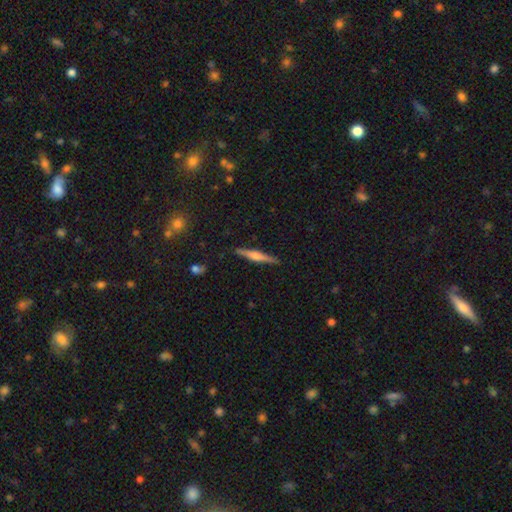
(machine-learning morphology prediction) smooth-or-featured: featured or disk: 64% | smooth: 30% | star or artifact: 6%
  disk-edge-on: yes: 98% | no: 2%
    edge-on-bulge: rounded: 64% | boxy: 26% | none: 10%
  merging: none: 89% | minor disturbance: 8% | major disturbance: 2% | merger: 1%